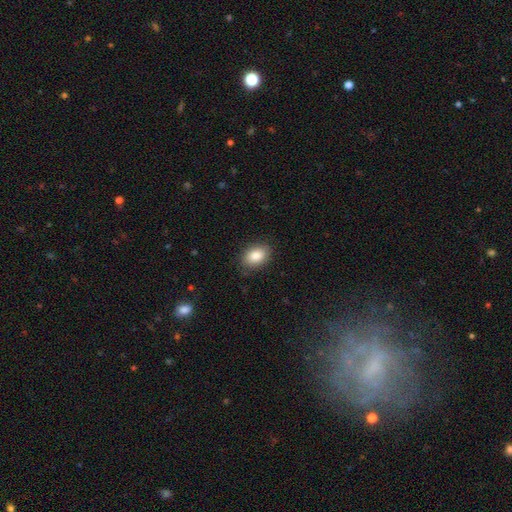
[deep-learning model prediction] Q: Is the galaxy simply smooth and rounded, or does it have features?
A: smooth — 85%.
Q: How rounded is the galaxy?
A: in between — 82%.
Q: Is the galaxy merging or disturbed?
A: none — 85%.